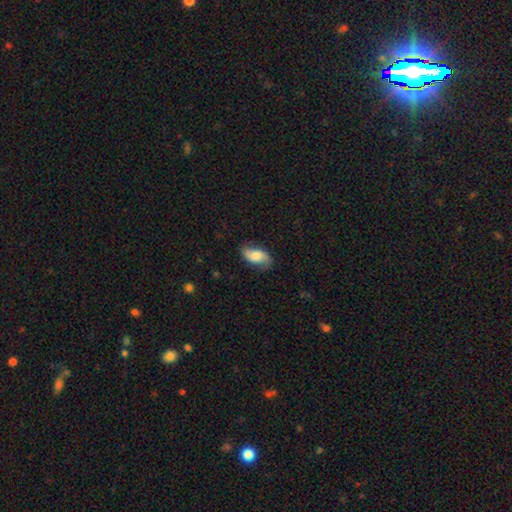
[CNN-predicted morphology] Smooth or featured? Predicted: smooth (p=0.48). Merging? Predicted: none (p=0.77).